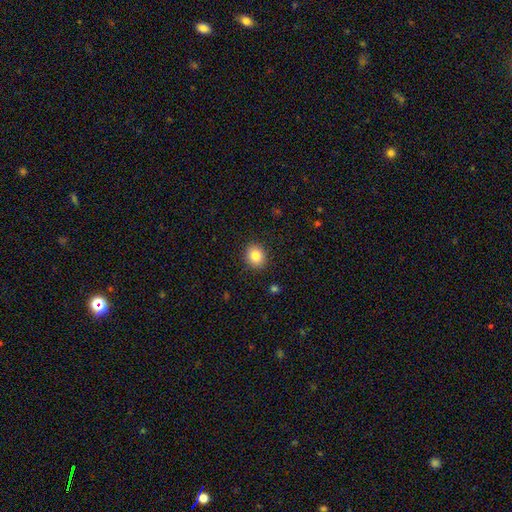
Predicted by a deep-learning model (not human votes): smooth-or-featured: smooth: 84% | star or artifact: 9% | featured or disk: 7%
  how-rounded: round: 69% | in between: 30% | cigar-shaped: 1%
  merging: none: 90% | minor disturbance: 7% | major disturbance: 2% | merger: 1%